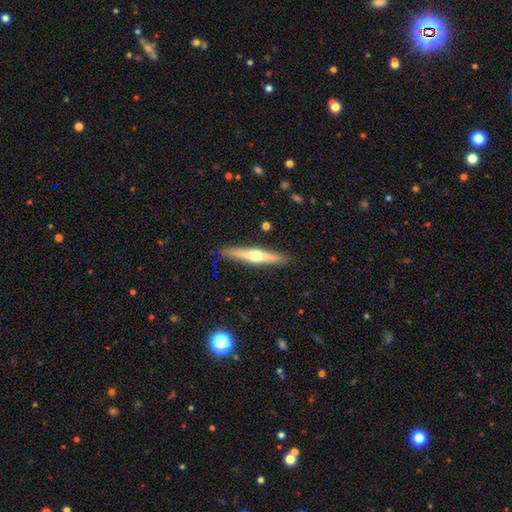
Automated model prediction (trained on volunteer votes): Q: Smooth or featured?
A: featured or disk (68%); runner-up: smooth (27%)
Q: Edge-on disk?
A: yes (97%); runner-up: no (3%)
Q: Edge-on bulge?
A: rounded (92%); runner-up: none (6%)
Q: Merging?
A: none (91%); runner-up: minor disturbance (7%)